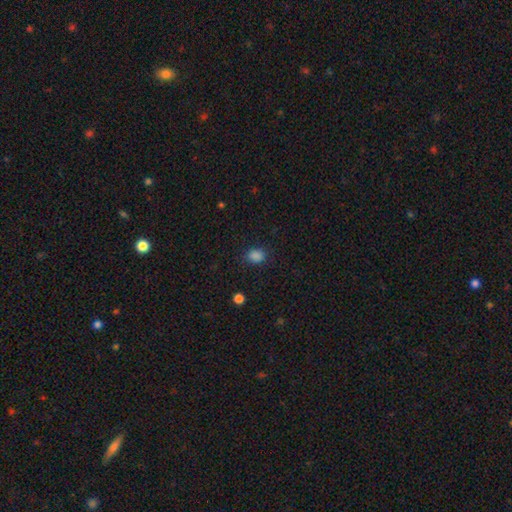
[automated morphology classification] smooth_or_featured: smooth (p=0.84) [alt: star or artifact p=0.12]
how_rounded: in between (p=0.59) [alt: round p=0.40]
merging: none (p=0.82) [alt: minor disturbance p=0.13]